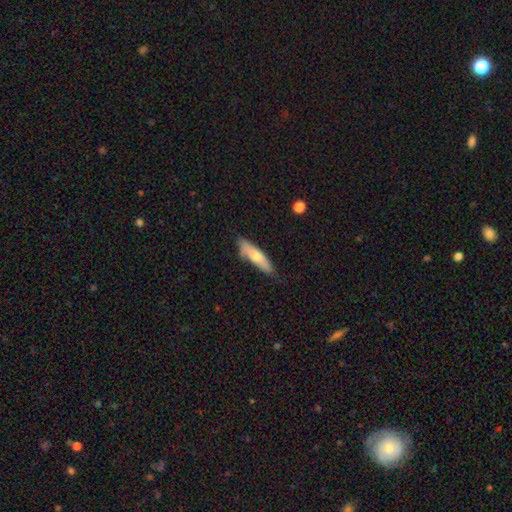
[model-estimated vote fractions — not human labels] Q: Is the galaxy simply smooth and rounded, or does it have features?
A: smooth — 68%.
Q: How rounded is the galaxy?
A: cigar-shaped — 65%.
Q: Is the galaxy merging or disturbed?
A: none — 66%.